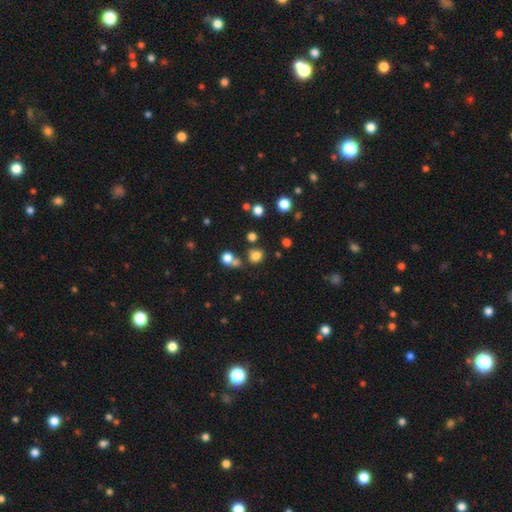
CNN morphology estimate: Q: Smooth or featured?
A: smooth (76%); runner-up: star or artifact (18%)
Q: How rounded?
A: round (60%); runner-up: in between (39%)
Q: Merging?
A: none (66%); runner-up: merger (16%)